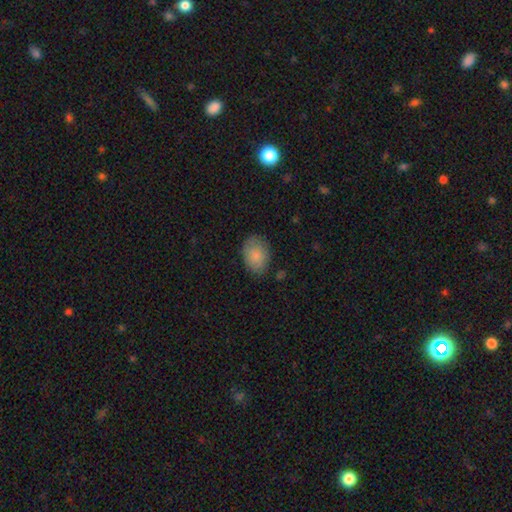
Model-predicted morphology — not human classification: Q: Smooth or featured?
A: smooth (83%); runner-up: featured or disk (10%)
Q: How rounded?
A: in between (80%); runner-up: round (19%)
Q: Merging?
A: none (78%); runner-up: minor disturbance (17%)